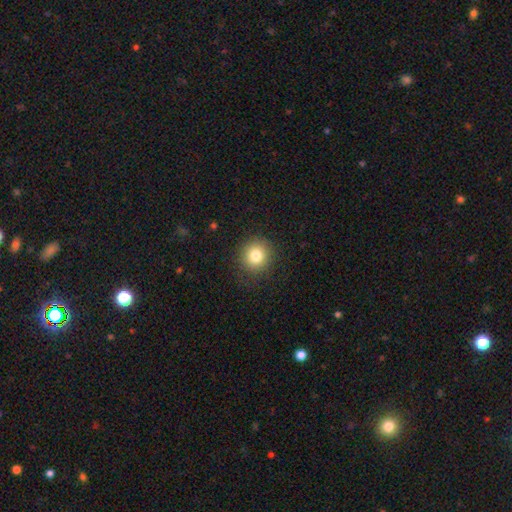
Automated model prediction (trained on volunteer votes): Smooth or featured? smooth (81%)
How rounded? round (90%)
Merging? none (87%)